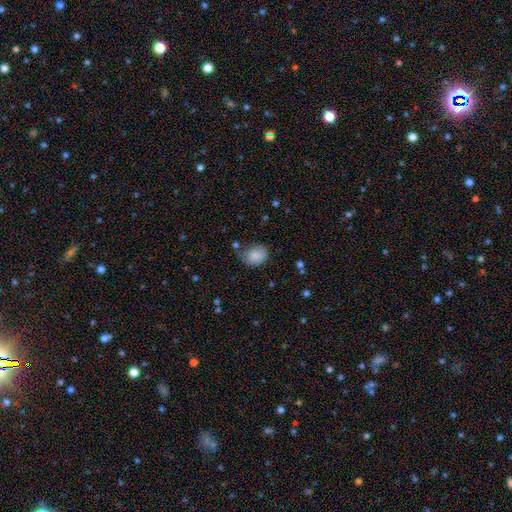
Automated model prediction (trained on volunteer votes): This appears to be a smooth galaxy with no disk features (82%) that is in between round and cigar-shaped (54%). Merging: none (51%).